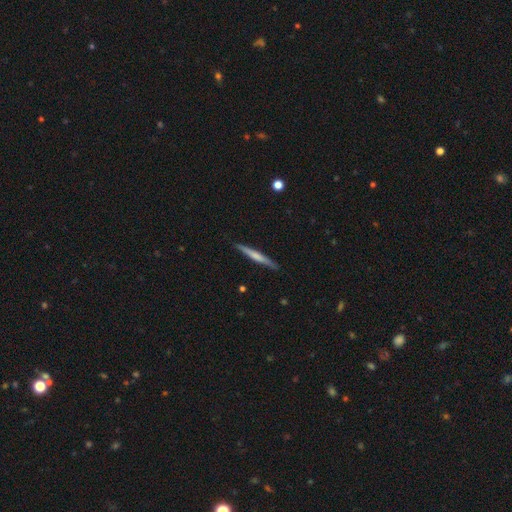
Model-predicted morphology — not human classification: The model was most divided on "smooth or featured": smooth: 49%, featured or disk: 45%, star or artifact: 5%. More confident: merging — none (89%).